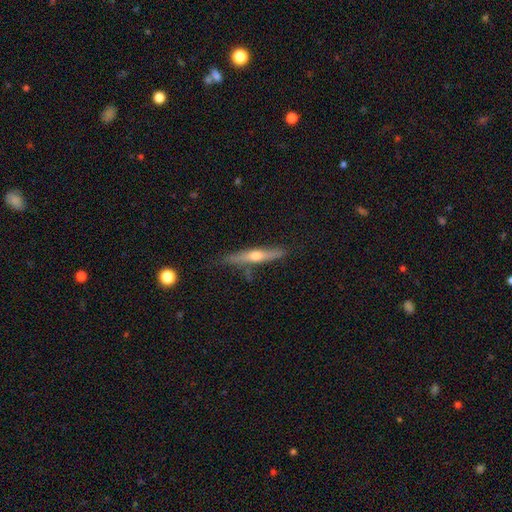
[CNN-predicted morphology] Smooth or featured? Predicted: featured or disk (p=0.60). Edge-on disk? Predicted: yes (p=0.94). Edge-on bulge? Predicted: rounded (p=0.89). Merging? Predicted: none (p=0.76).